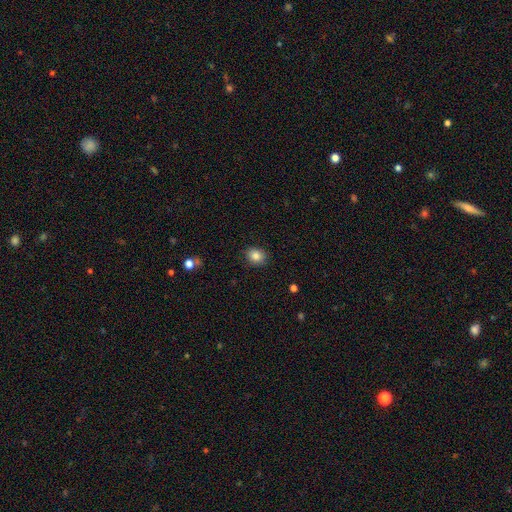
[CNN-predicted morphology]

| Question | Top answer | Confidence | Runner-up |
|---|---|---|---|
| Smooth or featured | smooth | 84% | star or artifact (10%) |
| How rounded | round | 59% | in between (40%) |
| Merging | none | 88% | minor disturbance (9%) |